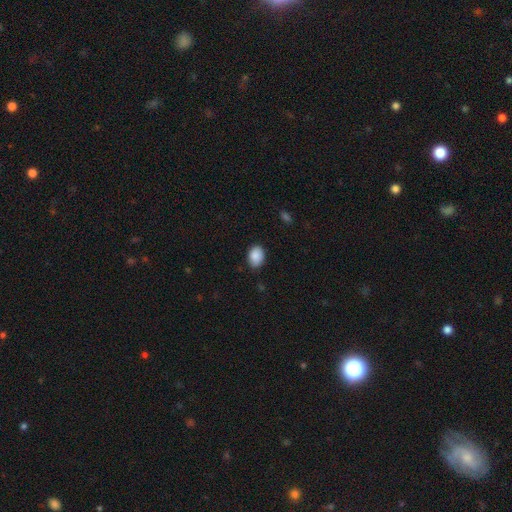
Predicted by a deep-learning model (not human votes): A smooth galaxy with no disk features (89%) that is in between round and cigar-shaped (73%). Merging: none (84%).